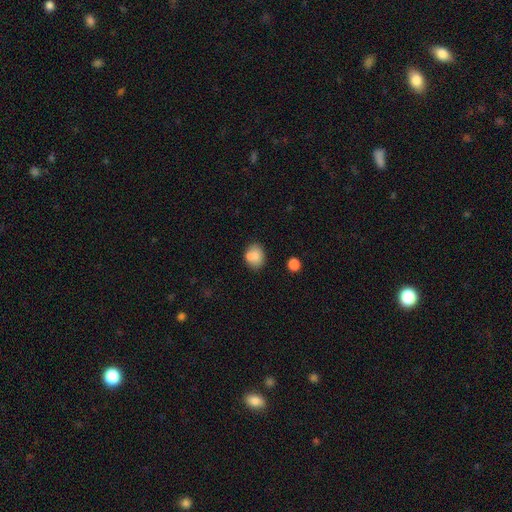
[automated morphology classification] smooth 79%, featured or disk 12%, star or artifact 9%. Down the decision tree: how rounded — in between (57%); merging — none (61%).